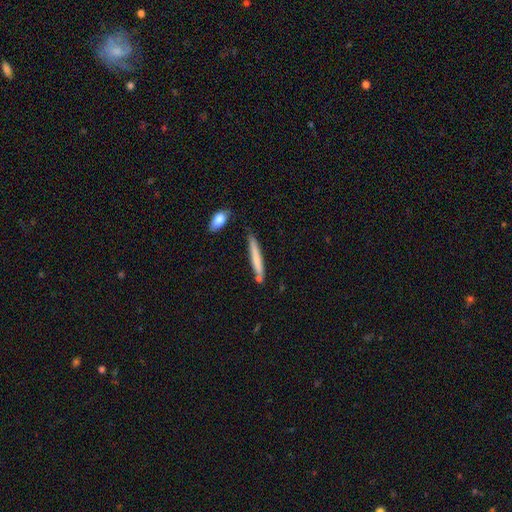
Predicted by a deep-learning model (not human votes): Smooth or featured? Predicted: smooth (p=0.71). How rounded? Predicted: cigar-shaped (p=0.95). Merging? Predicted: none (p=0.75).